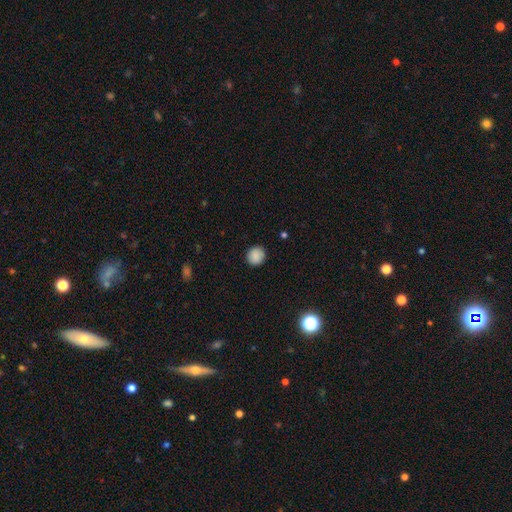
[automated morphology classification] This is clearly a smooth galaxy (88%). How rounded: clearly round (88%). Merging: clearly none (91%).